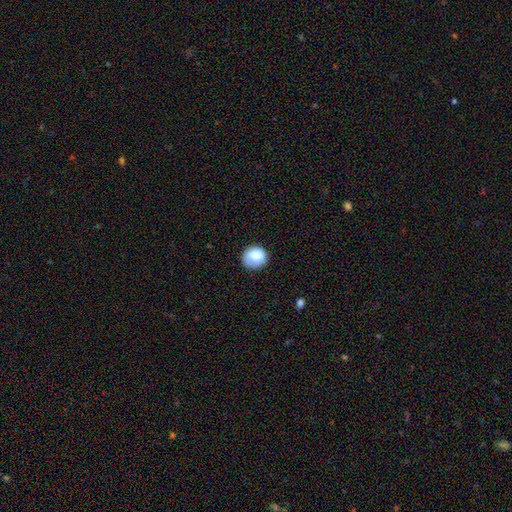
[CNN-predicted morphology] Q: Smooth or featured?
A: smooth (85%); runner-up: featured or disk (8%)
Q: How rounded?
A: round (85%); runner-up: in between (15%)
Q: Merging?
A: none (77%); runner-up: minor disturbance (17%)